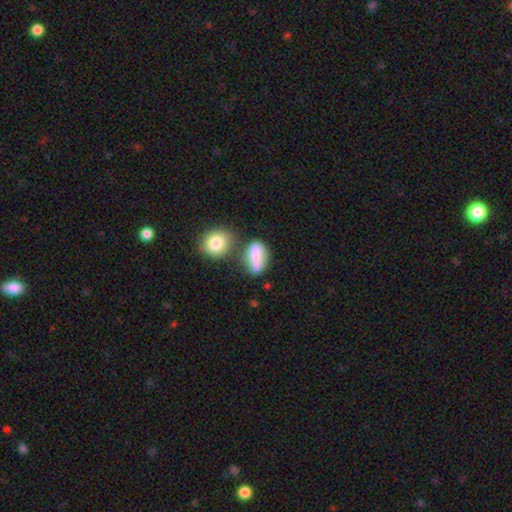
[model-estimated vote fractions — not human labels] The model was most divided on "merging": none: 50%, minor disturbance: 21%, merger: 20%, major disturbance: 9%. More confident: smooth or featured — smooth (72%); how rounded — in between (65%).